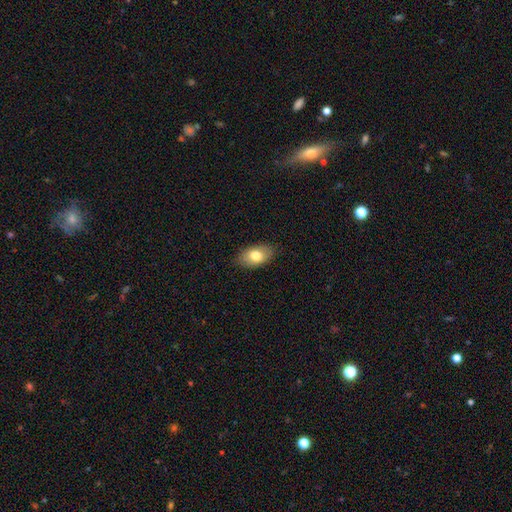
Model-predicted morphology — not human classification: smooth_or_featured: smooth (p=0.78) [alt: featured or disk p=0.15]
how_rounded: in between (p=0.91) [alt: round p=0.07]
merging: none (p=0.85) [alt: minor disturbance p=0.11]